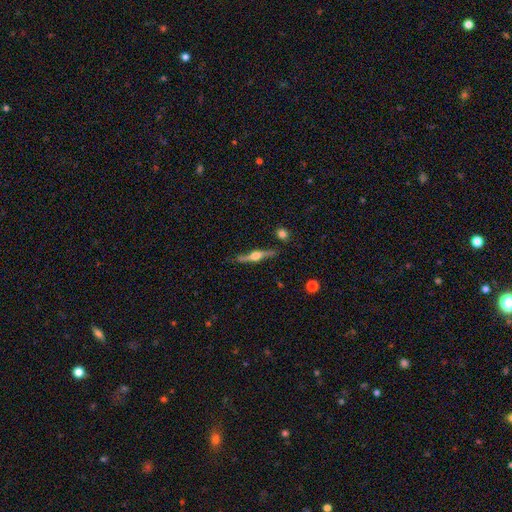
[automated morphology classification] smooth-or-featured: featured or disk: 80% | smooth: 15% | star or artifact: 5%
  disk-edge-on: yes: 96% | no: 4%
    edge-on-bulge: rounded: 93% | boxy: 5% | none: 2%
  merging: none: 80% | minor disturbance: 14% | major disturbance: 3% | merger: 3%